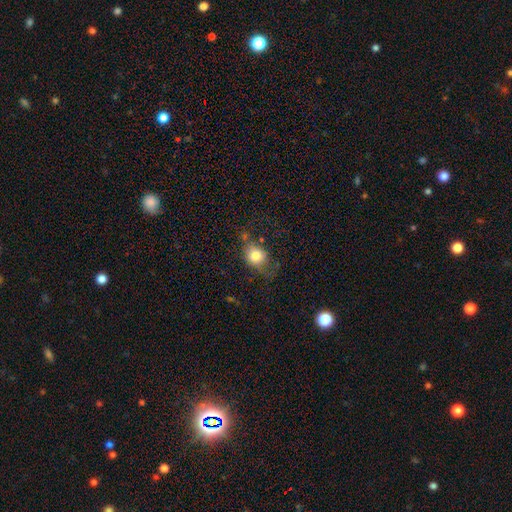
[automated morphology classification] Smooth or featured? Predicted: smooth (p=0.75). How rounded? Predicted: round (p=0.59). Merging? Predicted: none (p=0.49).